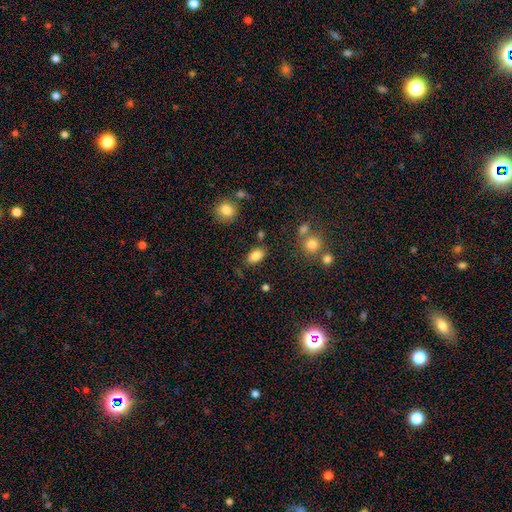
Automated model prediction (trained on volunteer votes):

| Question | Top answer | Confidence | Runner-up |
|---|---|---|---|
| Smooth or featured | smooth | 85% | star or artifact (9%) |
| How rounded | in between | 90% | round (8%) |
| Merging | none | 81% | minor disturbance (12%) |